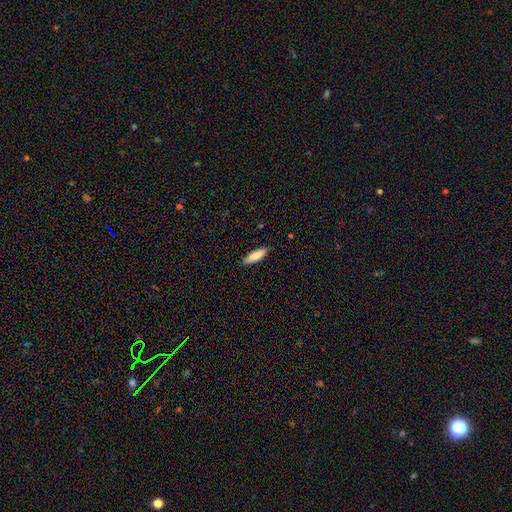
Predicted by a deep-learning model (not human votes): This is clearly a smooth galaxy (84%). How rounded: likely cigar-shaped (62%). Merging: clearly none (88%).